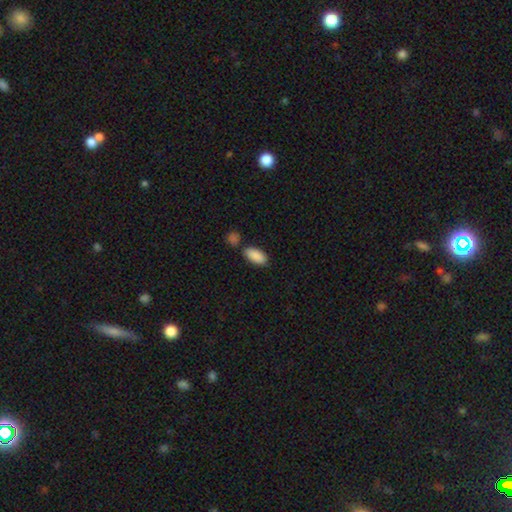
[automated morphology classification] Smooth or featured: smooth — 90% (star or artifact — 6%)
How rounded: in between — 91% (cigar-shaped — 6%)
Merging: none — 71% (minor disturbance — 13%)